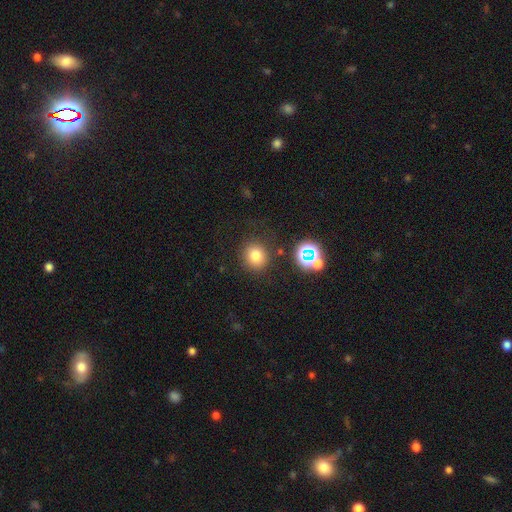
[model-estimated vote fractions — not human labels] This is likely a smooth galaxy (76%). How rounded: clearly round (87%). Merging: clearly none (83%).